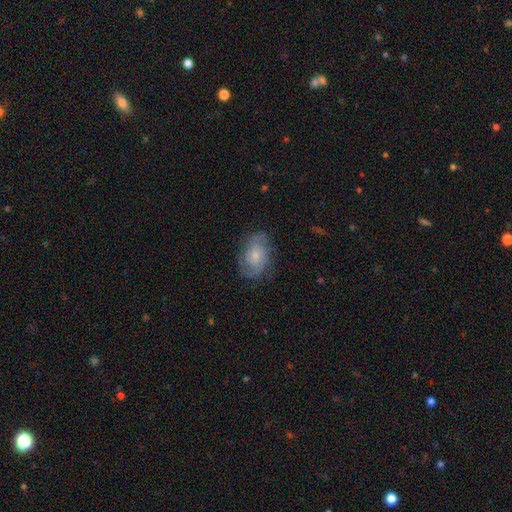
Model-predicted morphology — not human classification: A featured or disk galaxy (72%) with no bar (73%), 2 (60%) tight (46%) spiral arms (92%) and a small central bulge (59%). Merging: none (74%).